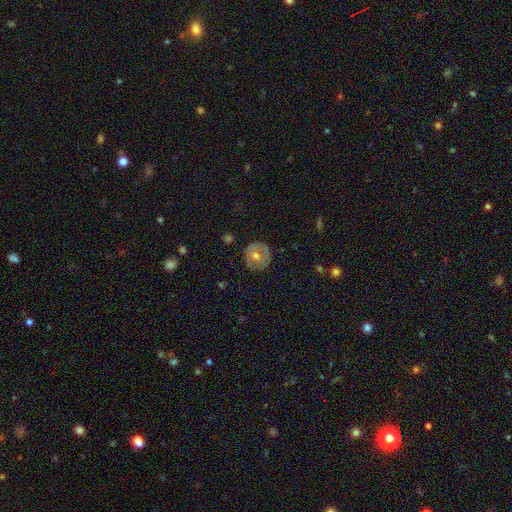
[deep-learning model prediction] Smooth or featured: smooth — 51% (featured or disk — 41%)
How rounded: round — 89% (in between — 10%)
Merging: none — 77% (minor disturbance — 17%)